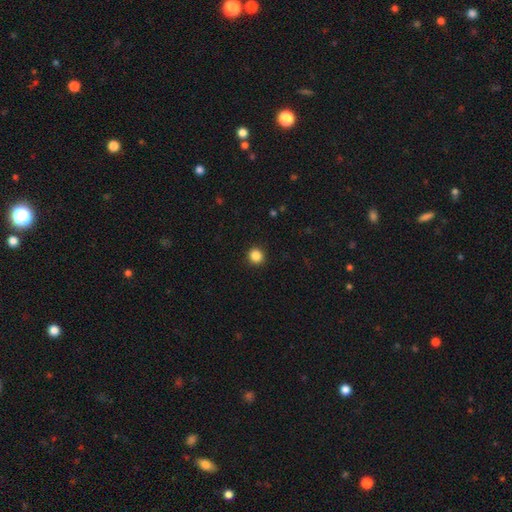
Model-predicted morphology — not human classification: smooth 87%, star or artifact 11%, featured or disk 3%. Down the decision tree: how rounded — round (93%); merging — none (93%).